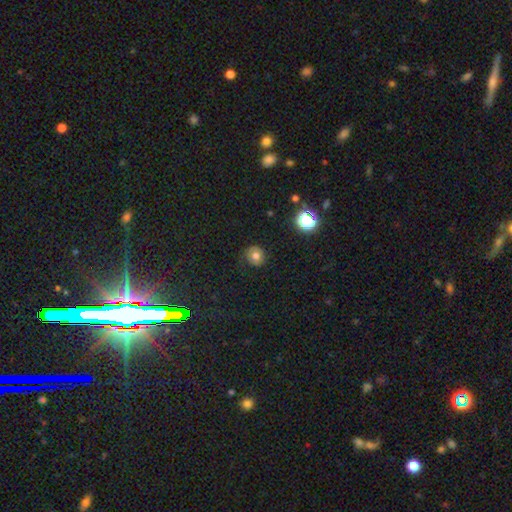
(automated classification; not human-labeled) smooth 68%, featured or disk 18%, star or artifact 14%. Down the decision tree: how rounded — round (87%); merging — none (76%).